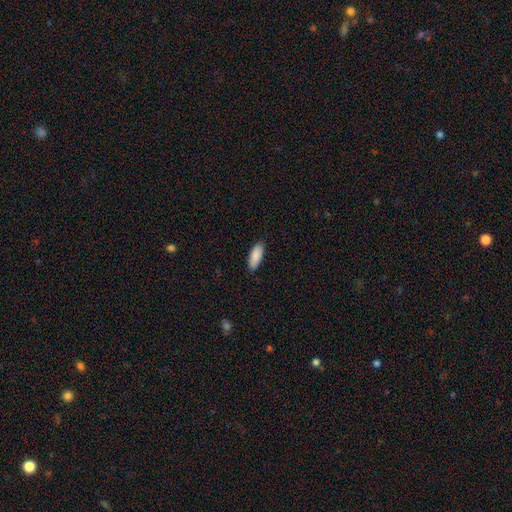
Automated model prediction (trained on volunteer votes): This is clearly a smooth galaxy (89%). How rounded: likely in between (78%). Merging: clearly none (85%).